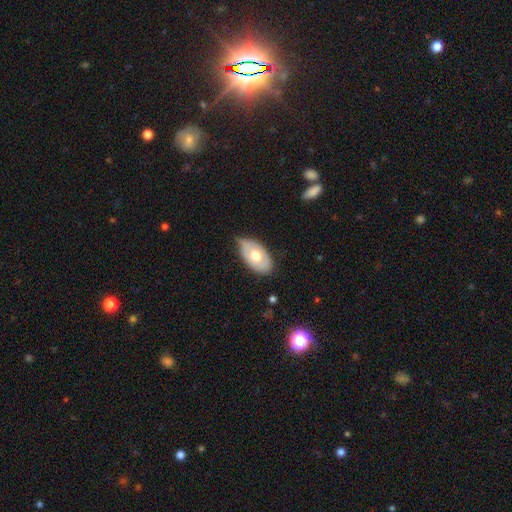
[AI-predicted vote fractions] Q: Smooth or featured?
A: smooth (52%); runner-up: featured or disk (42%)
Q: How rounded?
A: in between (91%); runner-up: round (7%)
Q: Merging?
A: none (58%); runner-up: minor disturbance (33%)